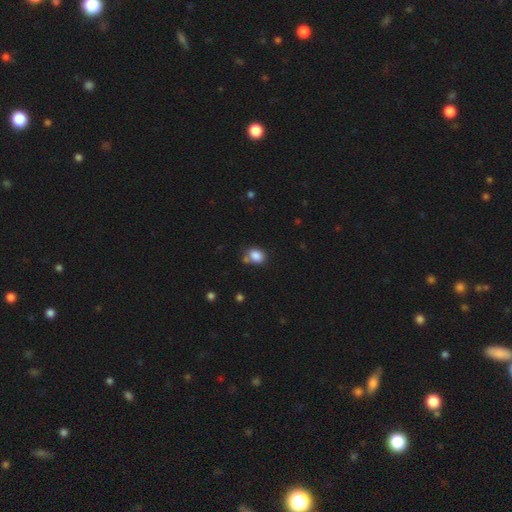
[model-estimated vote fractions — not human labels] Overall: smooth (85%). How rounded: round (51%; in between 48%). Merging: none (63%).